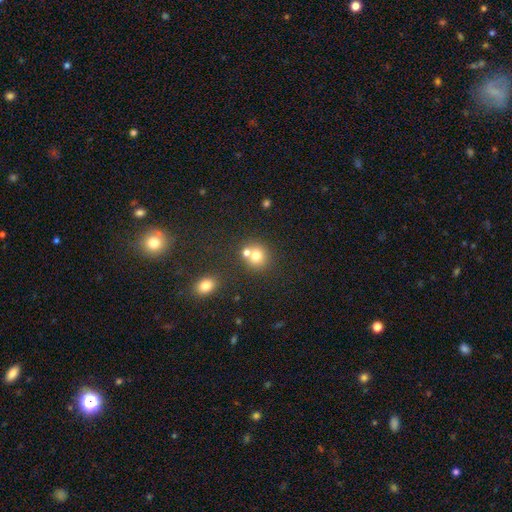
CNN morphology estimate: smooth 73%, featured or disk 13%, star or artifact 13%. Down the decision tree: how rounded — round (85%); merging — none (53%).